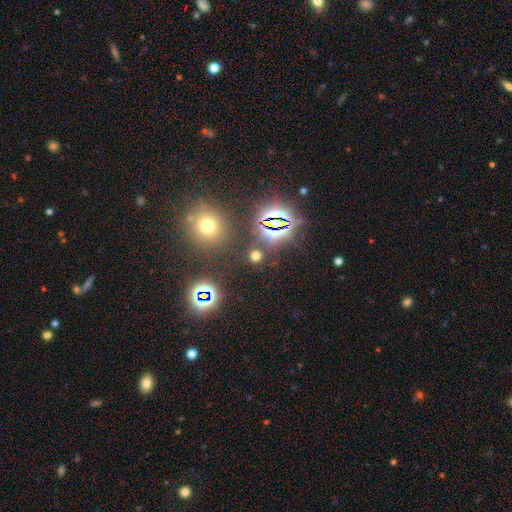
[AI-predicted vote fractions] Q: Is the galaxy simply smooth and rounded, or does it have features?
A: smooth — 47%.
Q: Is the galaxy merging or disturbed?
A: none — 81%.